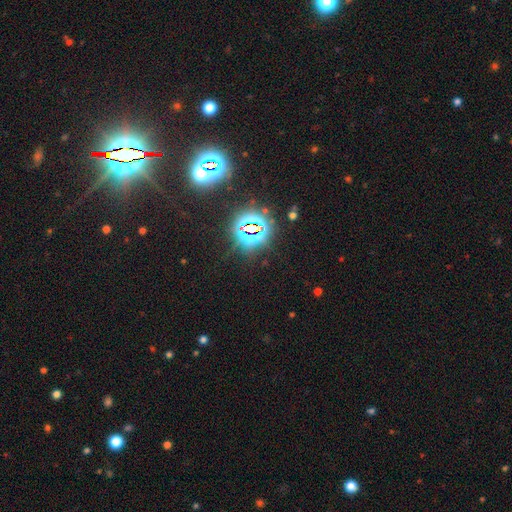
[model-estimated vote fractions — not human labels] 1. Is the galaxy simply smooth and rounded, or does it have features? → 83% star or artifact, 10% smooth, 7% featured or disk.